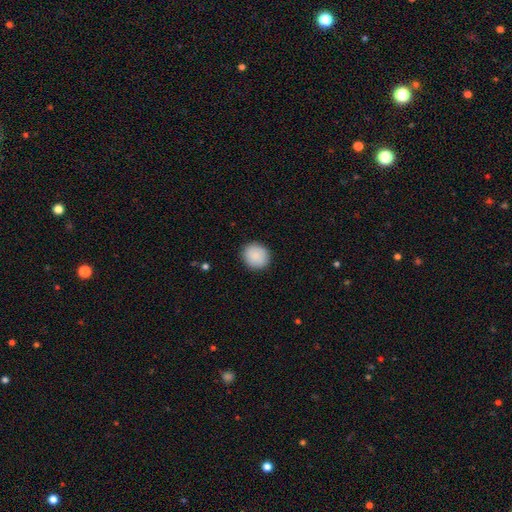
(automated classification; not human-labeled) Smooth or featured? smooth (90%)
How rounded? round (87%)
Merging? none (91%)